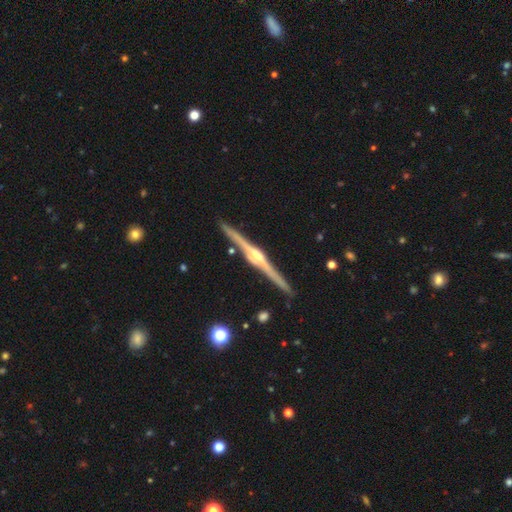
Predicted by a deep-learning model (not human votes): This is clearly a featured or disk galaxy (89%). It is clearly viewed edge-on (99%). Edge-on bulge: clearly rounded (88%). Merging: clearly none (92%).